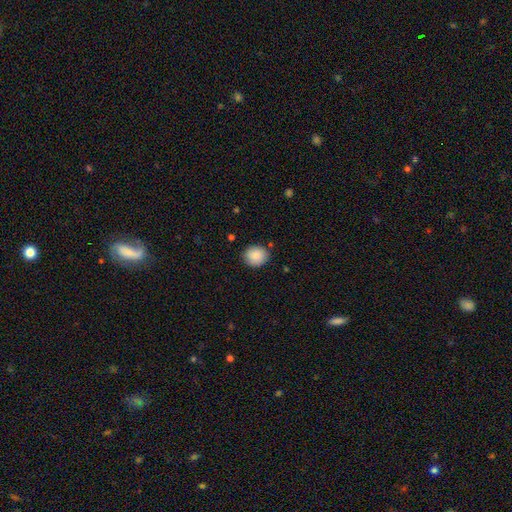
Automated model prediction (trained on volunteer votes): smooth 88%, star or artifact 7%, featured or disk 5%. Down the decision tree: how rounded — round (76%); merging — none (86%).